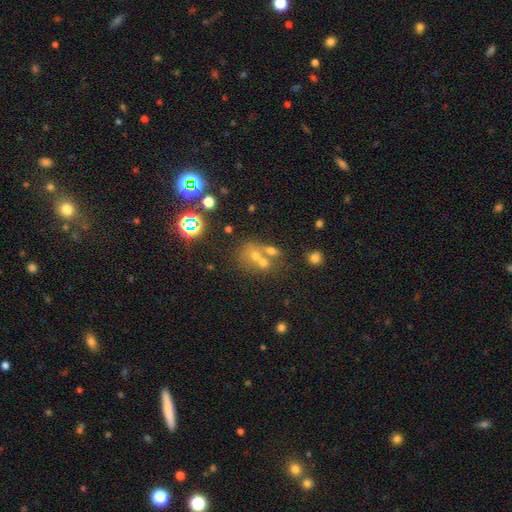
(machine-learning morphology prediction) Smooth or featured? Predicted: smooth (p=0.47). Merging? Predicted: merger (p=0.53).